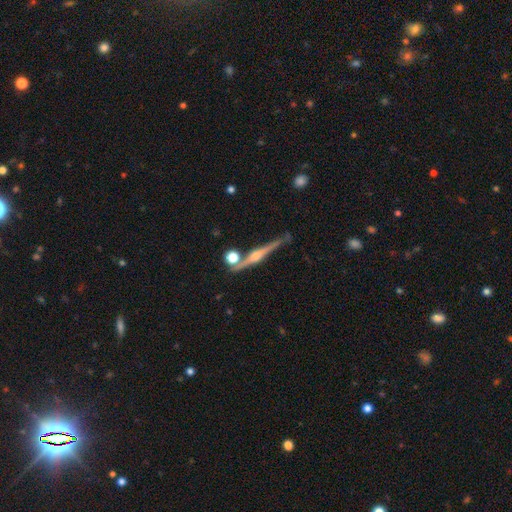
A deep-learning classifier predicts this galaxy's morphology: A featured or disk galaxy (80%) viewed edge-on (97%) with a rounded central bulge (86%). Merging: none (79%).